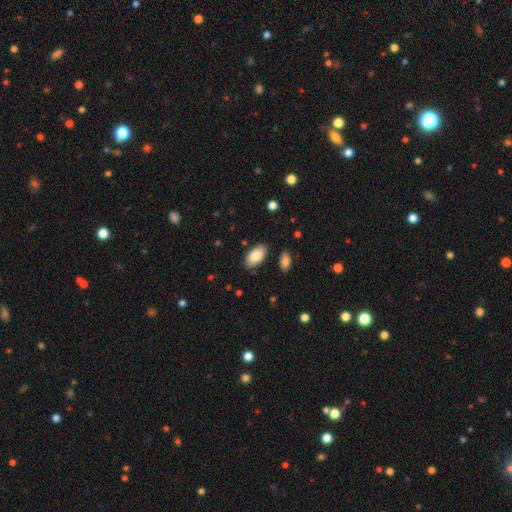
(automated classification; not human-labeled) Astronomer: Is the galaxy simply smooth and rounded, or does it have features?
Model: smooth — 86%.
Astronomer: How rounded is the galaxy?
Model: in between — 95%.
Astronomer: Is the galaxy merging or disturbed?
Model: none — 84%.